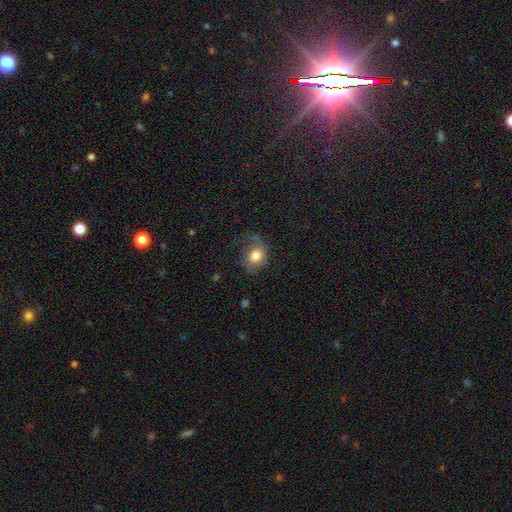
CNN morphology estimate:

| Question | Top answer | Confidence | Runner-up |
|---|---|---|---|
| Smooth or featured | smooth | 73% | featured or disk (18%) |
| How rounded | in between | 50% | round (49%) |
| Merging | none | 52% | minor disturbance (28%) |